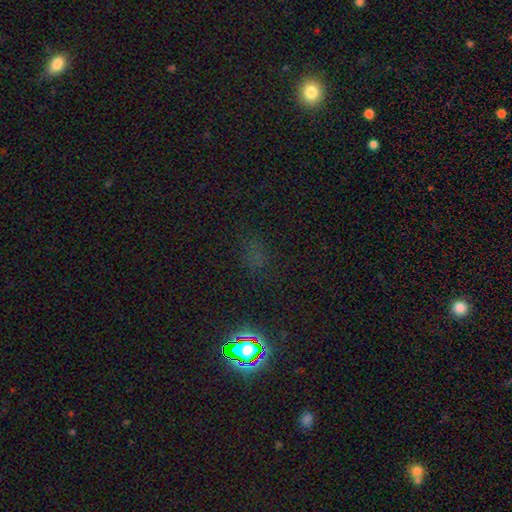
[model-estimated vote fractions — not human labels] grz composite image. It shows a star or artifact, not a galaxy (58%).